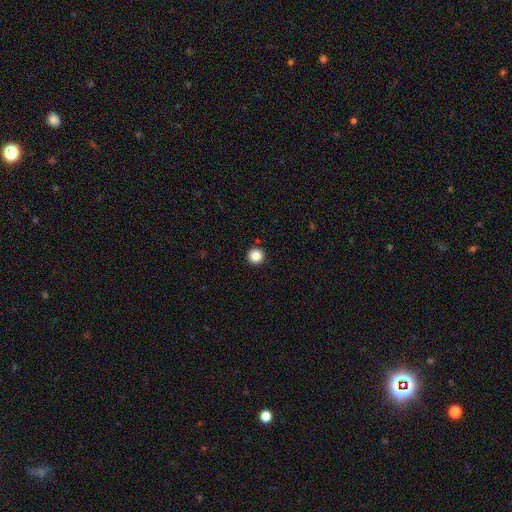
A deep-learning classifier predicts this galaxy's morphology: Q: Smooth or featured?
A: smooth (86%); runner-up: star or artifact (11%)
Q: How rounded?
A: round (97%); runner-up: in between (2%)
Q: Merging?
A: none (94%); runner-up: minor disturbance (4%)